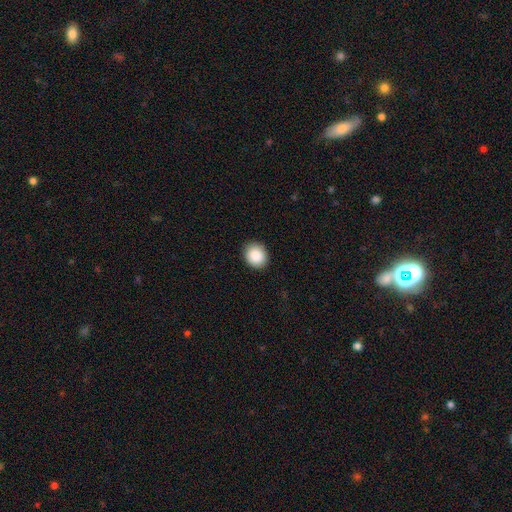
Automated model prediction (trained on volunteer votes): Q: Smooth or featured?
A: smooth (89%); runner-up: star or artifact (8%)
Q: How rounded?
A: round (70%); runner-up: in between (30%)
Q: Merging?
A: none (90%); runner-up: minor disturbance (7%)